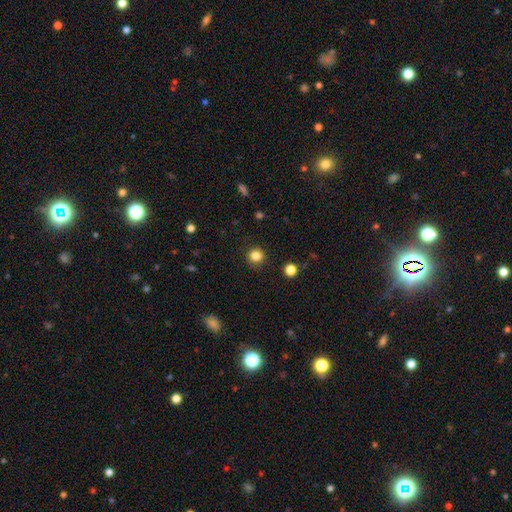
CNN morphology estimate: Q: Smooth or featured?
A: smooth (83%); runner-up: star or artifact (12%)
Q: How rounded?
A: round (92%); runner-up: in between (7%)
Q: Merging?
A: none (90%); runner-up: minor disturbance (6%)